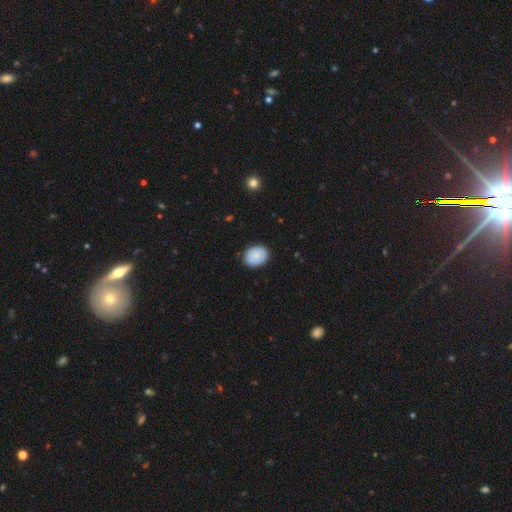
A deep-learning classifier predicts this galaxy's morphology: Smooth or featured?
  - smooth: 82% *
  - featured or disk: 12%
  - star or artifact: 7%
How rounded?
  - in between: 56% *
  - round: 43%
  - cigar-shaped: 1%
Merging?
  - none: 87% *
  - minor disturbance: 10%
  - major disturbance: 2%
  - merger: 1%